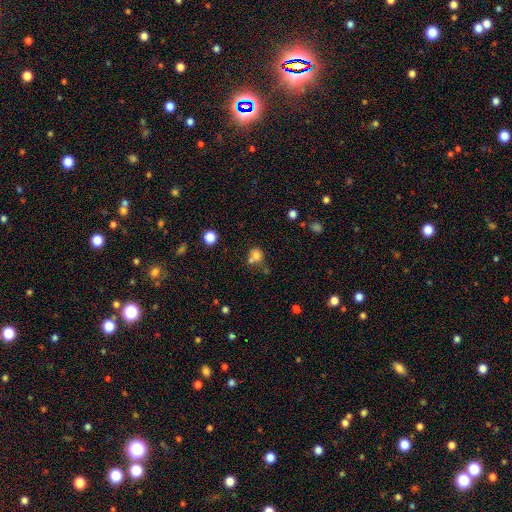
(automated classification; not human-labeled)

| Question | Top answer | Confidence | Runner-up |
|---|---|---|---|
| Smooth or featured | smooth | 76% | star or artifact (15%) |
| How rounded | round | 76% | in between (23%) |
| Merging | none | 48% | merger (35%) |